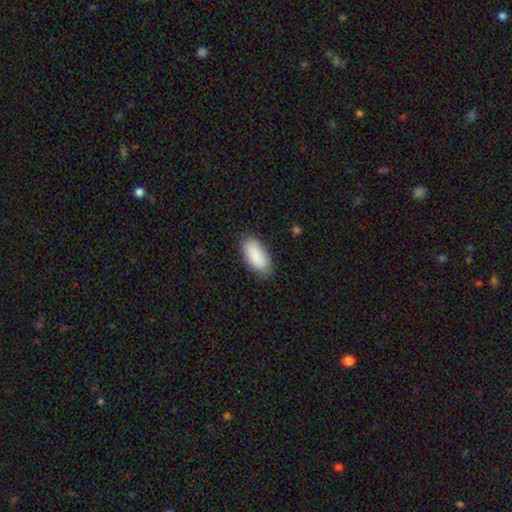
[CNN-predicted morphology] Smooth or featured?
  - smooth: 89% *
  - star or artifact: 6%
  - featured or disk: 5%
How rounded?
  - in between: 92% *
  - cigar-shaped: 6%
  - round: 2%
Merging?
  - none: 84% *
  - minor disturbance: 12%
  - major disturbance: 3%
  - merger: 1%